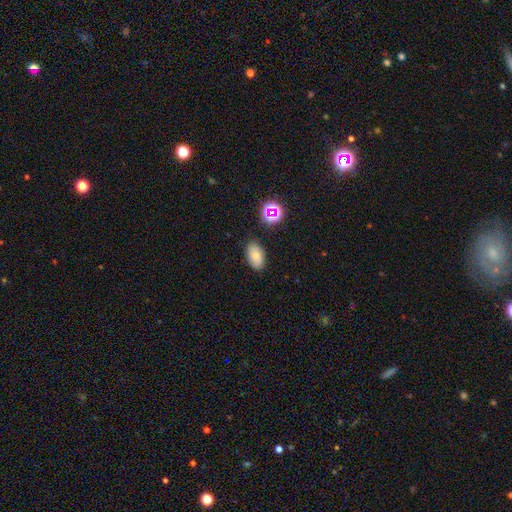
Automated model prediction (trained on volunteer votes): smooth-or-featured: smooth: 75% | star or artifact: 13% | featured or disk: 12%
  how-rounded: in between: 91% | round: 7% | cigar-shaped: 1%
  merging: none: 82% | minor disturbance: 13% | major disturbance: 3% | merger: 2%